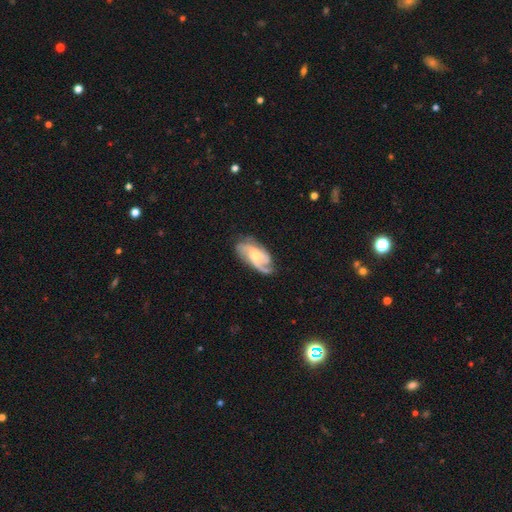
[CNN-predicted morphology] smooth_or_featured: featured or disk (p=0.82) [alt: smooth p=0.12]
disk_edge_on: no (p=0.95) [alt: yes p=0.05]
bar: no (p=0.63) [alt: weak p=0.30]
has_spiral_arms: yes (p=0.96) [alt: no p=0.04]
spiral_winding: medium (p=0.44) [alt: tight p=0.38]
spiral_arm_count: 3 (p=0.39) [alt: 2 p=0.30]
bulge_size: moderate (p=0.55) [alt: small p=0.39]
merging: none (p=0.67) [alt: minor disturbance p=0.22]